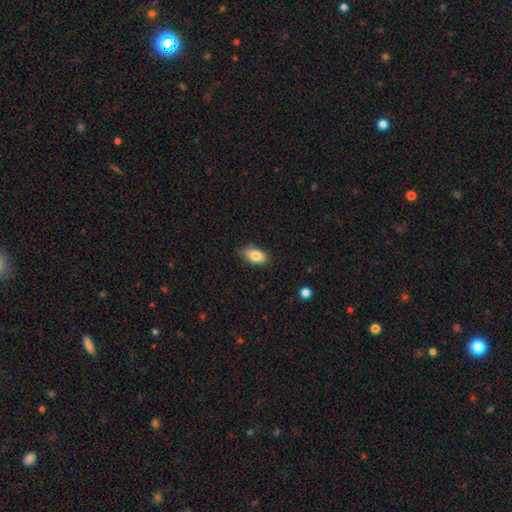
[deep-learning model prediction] smooth_or_featured: smooth (p=0.84) [alt: featured or disk p=0.08]
how_rounded: in between (p=0.91) [alt: cigar-shaped p=0.05]
merging: none (p=0.80) [alt: minor disturbance p=0.16]